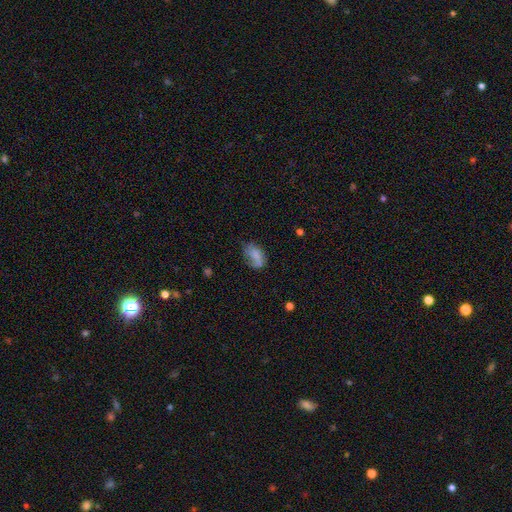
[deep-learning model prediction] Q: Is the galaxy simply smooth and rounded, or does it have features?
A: smooth — 67%.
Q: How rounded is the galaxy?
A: in between — 86%.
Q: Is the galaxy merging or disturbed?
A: none — 40%.